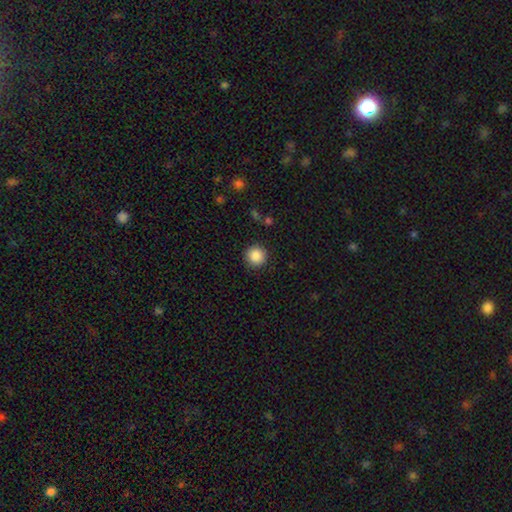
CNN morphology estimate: smooth-or-featured: smooth: 88% | star or artifact: 9% | featured or disk: 3%
  how-rounded: round: 95% | in between: 4% | cigar-shaped: 1%
  merging: none: 91% | minor disturbance: 6% | major disturbance: 2% | merger: 1%